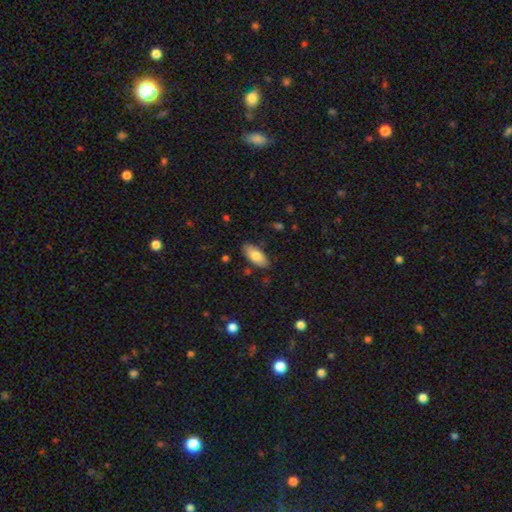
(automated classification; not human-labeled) Morphology: type=smooth (79%); roundness=in between (90%); merging=none (85%).